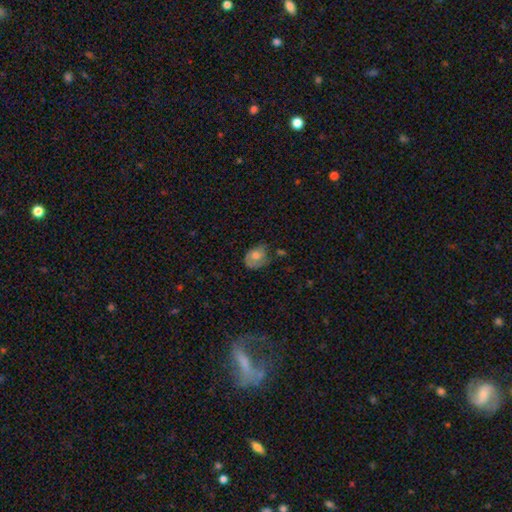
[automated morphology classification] A smooth galaxy with no disk features (59%) that is in between round and cigar-shaped (58%). Merging: none (49%).